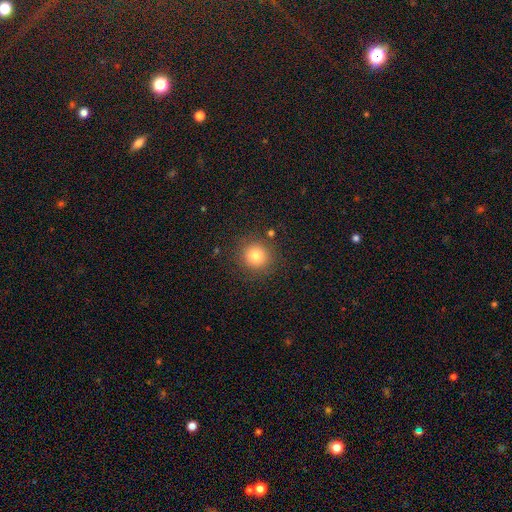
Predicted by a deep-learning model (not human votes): smooth-or-featured: smooth: 81% | star or artifact: 12% | featured or disk: 7%
  how-rounded: round: 91% | in between: 8% | cigar-shaped: 1%
  merging: none: 87% | minor disturbance: 8% | major disturbance: 3% | merger: 2%